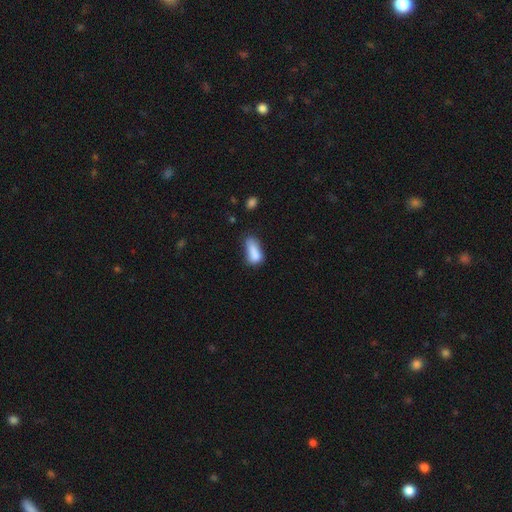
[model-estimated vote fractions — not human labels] Overall: smooth (78%). How rounded: in between (78%). Merging: minor disturbance (33%; none 30%).